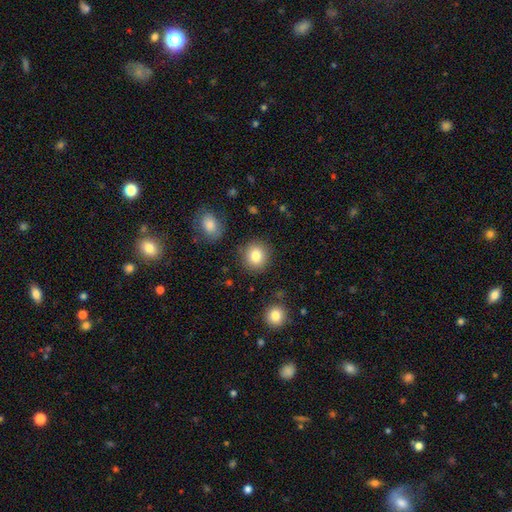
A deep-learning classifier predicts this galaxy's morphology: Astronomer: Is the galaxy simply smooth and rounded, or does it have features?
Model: smooth — 84%.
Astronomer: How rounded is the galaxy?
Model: round — 88%.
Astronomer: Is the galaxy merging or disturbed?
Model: none — 87%.